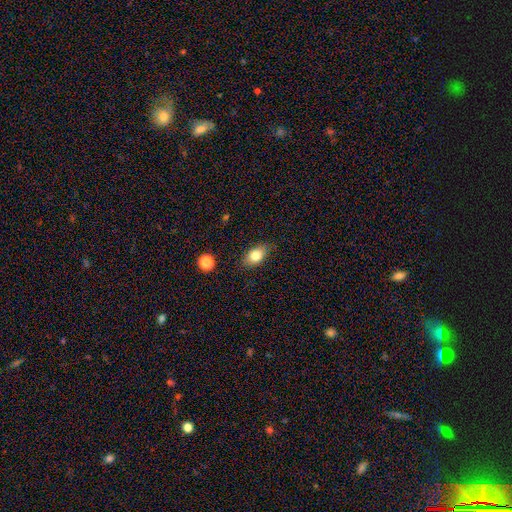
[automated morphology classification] Smooth or featured? smooth (80%)
How rounded? in between (83%)
Merging? none (82%)